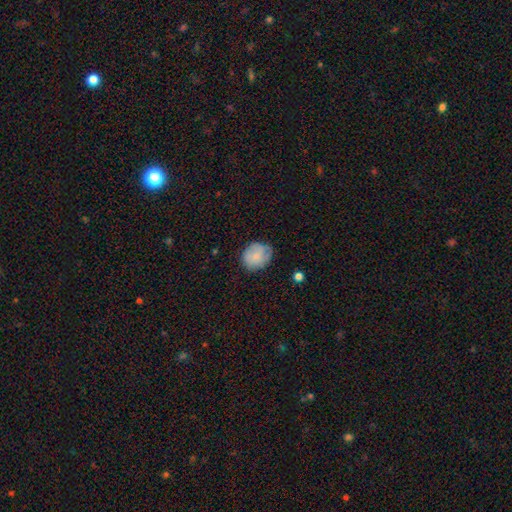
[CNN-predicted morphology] This is likely a smooth galaxy (75%). How rounded: likely round (69%). Merging: likely none (69%).